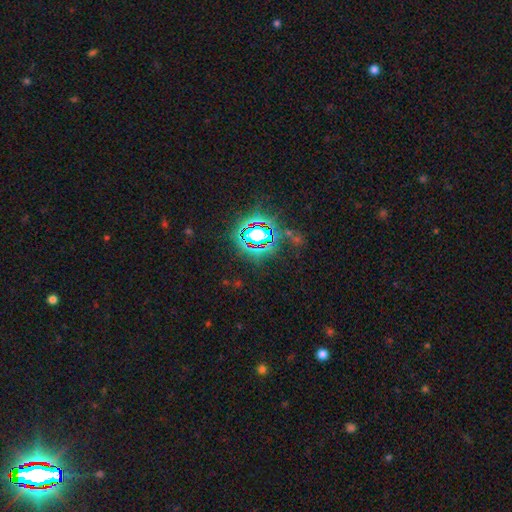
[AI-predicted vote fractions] A star or artifact, not a galaxy (76%).